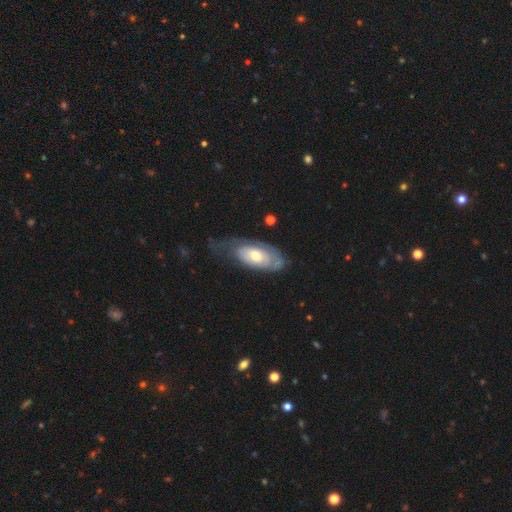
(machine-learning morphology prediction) A featured or disk galaxy (54%).

Vote fractions:
- Smooth or featured? featured or disk: 54% / smooth: 40% / star or artifact: 6%
- Edge-on disk? no: 87% / yes: 13%
- Merging? none: 40% / minor disturbance: 32% / major disturbance: 26% / merger: 2%